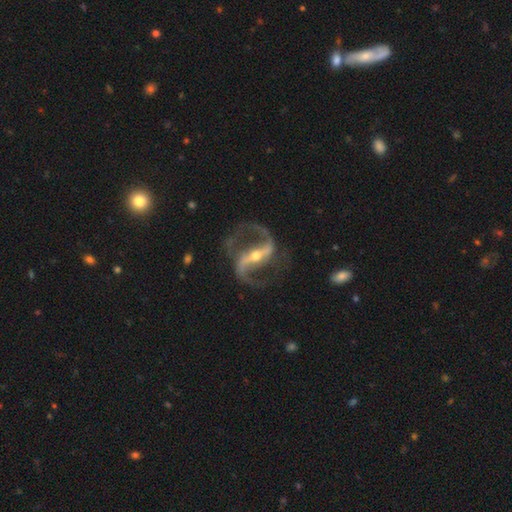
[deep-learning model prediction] Smooth or featured? Predicted: featured or disk (p=0.93). Edge-on disk? Predicted: no (p=0.96). Bar? Predicted: strong (p=0.73). Spiral arms? Predicted: yes (p=0.97). Spiral winding? Predicted: medium (p=0.49). Spiral arm count? Predicted: 2 (p=0.94). Bulge size? Predicted: small (p=0.52). Merging? Predicted: none (p=0.76).